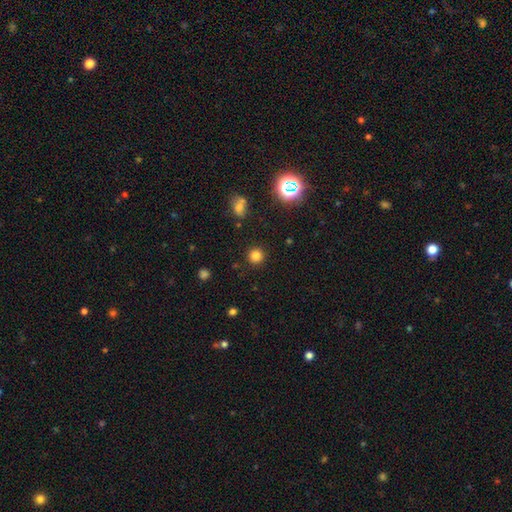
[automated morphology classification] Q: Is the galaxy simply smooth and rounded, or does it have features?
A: smooth — 80%.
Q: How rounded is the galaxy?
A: round — 94%.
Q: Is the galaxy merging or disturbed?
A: none — 91%.